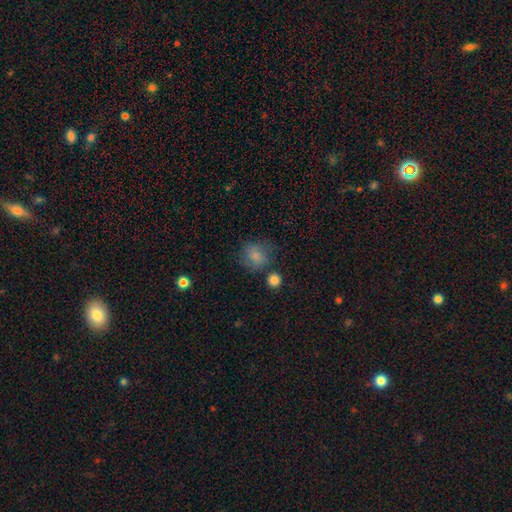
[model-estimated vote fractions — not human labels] This is clearly a smooth galaxy (80%). How rounded: likely round (73%). Merging: likely none (64%).